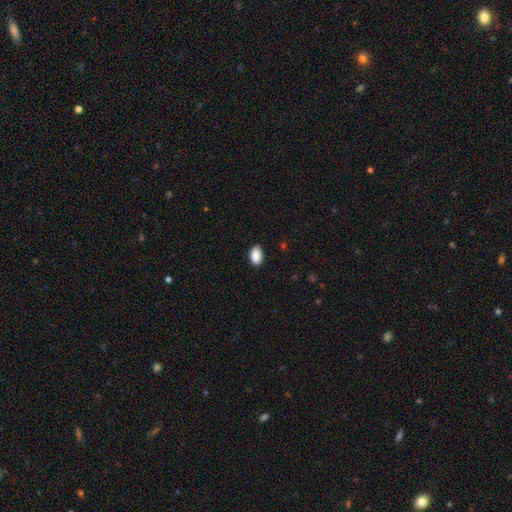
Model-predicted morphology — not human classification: Smooth or featured? smooth (90%)
How rounded? in between (92%)
Merging? none (86%)